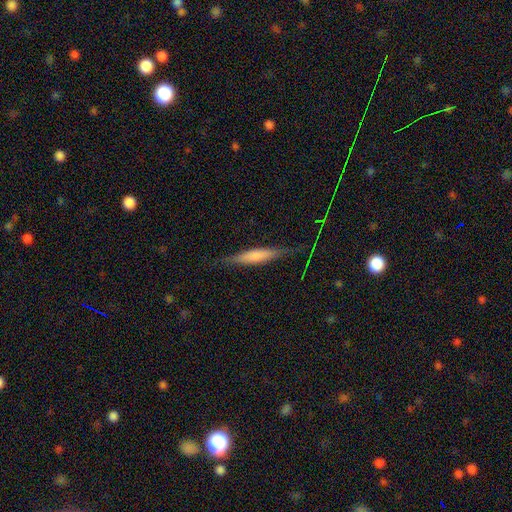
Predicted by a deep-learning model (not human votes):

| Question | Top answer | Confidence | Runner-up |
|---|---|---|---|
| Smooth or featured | smooth | 56% | featured or disk (37%) |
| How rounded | cigar-shaped | 87% | in between (11%) |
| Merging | none | 77% | minor disturbance (16%) |